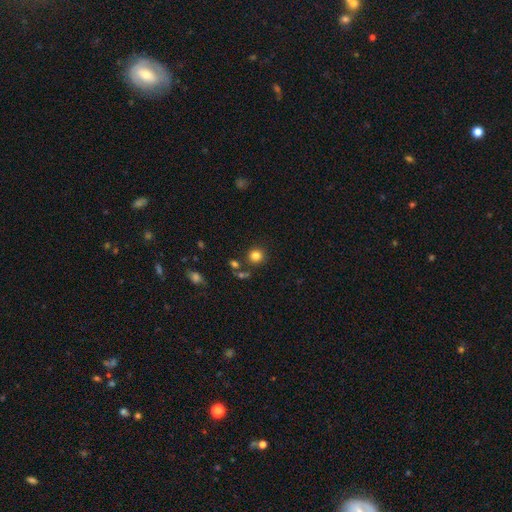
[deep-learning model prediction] A smooth galaxy with no disk features (82%) that is round (89%). Merging: none (80%).